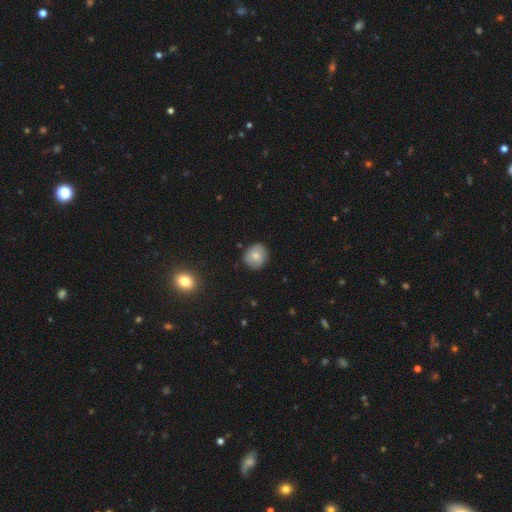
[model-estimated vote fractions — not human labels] This appears to be a smooth galaxy with no disk features (75%) that is round (81%). Merging: none (83%).